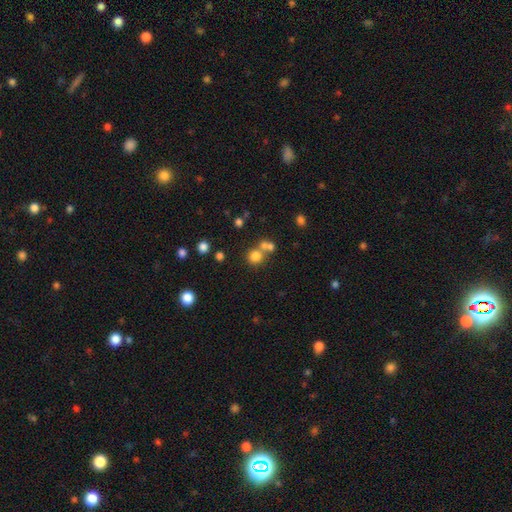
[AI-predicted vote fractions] Smooth or featured? smooth (74%)
How rounded? round (90%)
Merging? none (54%)